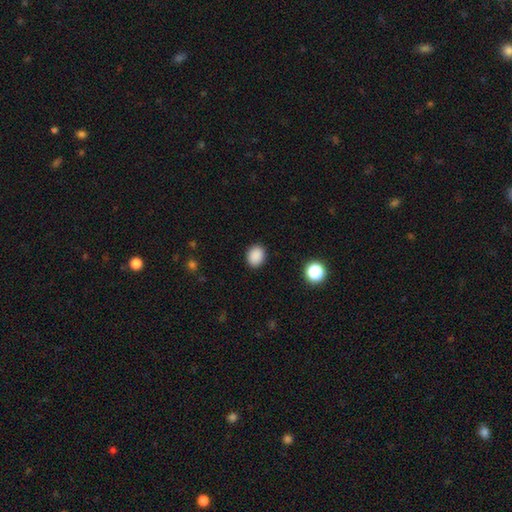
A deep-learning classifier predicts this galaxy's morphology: smooth-or-featured: smooth: 88% | star or artifact: 9% | featured or disk: 3%
  how-rounded: in between: 56% | round: 43% | cigar-shaped: 1%
  merging: none: 89% | minor disturbance: 7% | major disturbance: 2% | merger: 1%